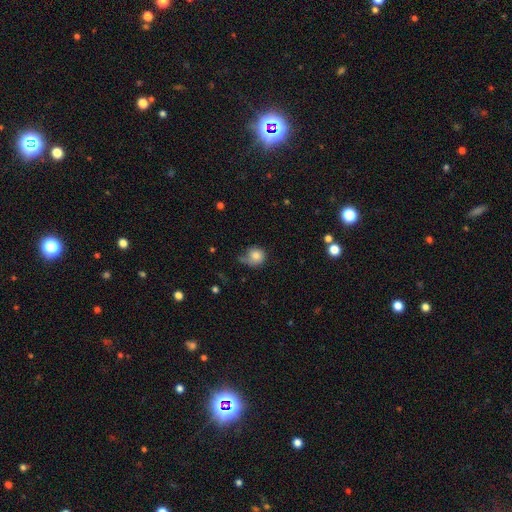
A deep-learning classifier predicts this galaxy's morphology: smooth_or_featured: smooth (p=0.76) [alt: featured or disk p=0.14]
how_rounded: round (p=0.81) [alt: in between p=0.18]
merging: none (p=0.44) [alt: minor disturbance p=0.30]